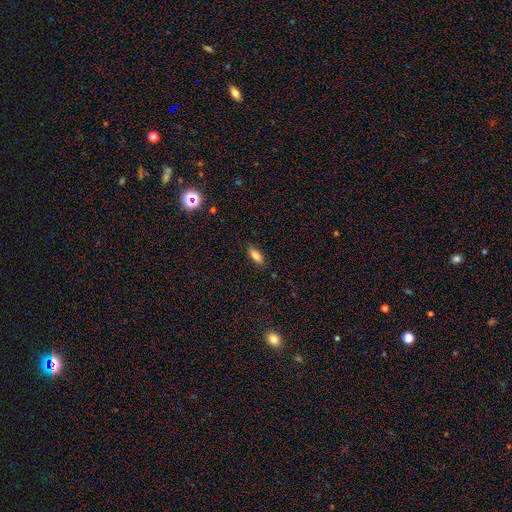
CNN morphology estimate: A smooth galaxy with no disk features (78%) that is in between round and cigar-shaped (73%).

Vote fractions:
- Smooth or featured? smooth: 78% / featured or disk: 13% / star or artifact: 9%
- How rounded? in between: 73% / cigar-shaped: 25% / round: 3%
- Merging? none: 85% / minor disturbance: 11% / major disturbance: 2% / merger: 1%